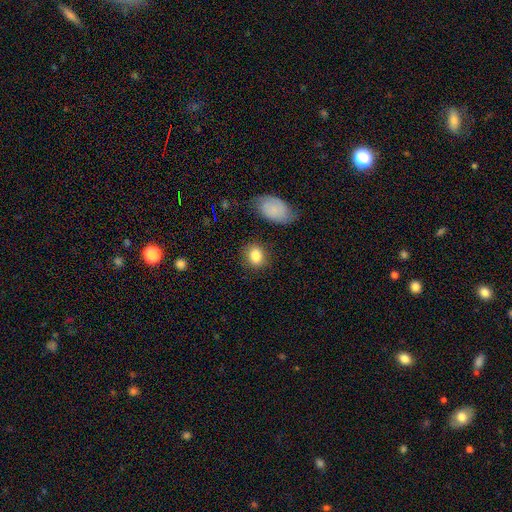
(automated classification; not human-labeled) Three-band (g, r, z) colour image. It shows a smooth galaxy with no disk features (85%) that is round (58%). Merging: none (80%).